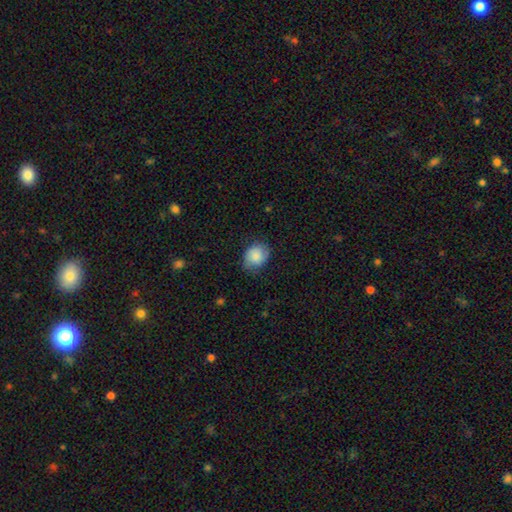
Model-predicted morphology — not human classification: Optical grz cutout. It shows a smooth galaxy with no disk features (80%) that is round (52%). Merging: none (69%).